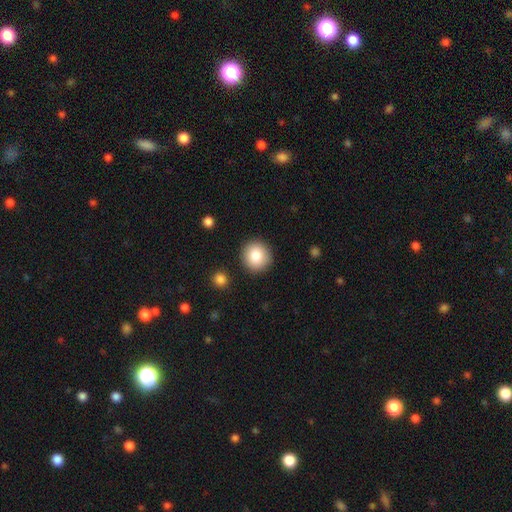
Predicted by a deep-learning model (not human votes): Smooth or featured?
  - smooth: 84% *
  - star or artifact: 9%
  - featured or disk: 8%
How rounded?
  - round: 91% *
  - in between: 9%
  - cigar-shaped: 1%
Merging?
  - none: 90% *
  - minor disturbance: 7%
  - major disturbance: 2%
  - merger: 2%